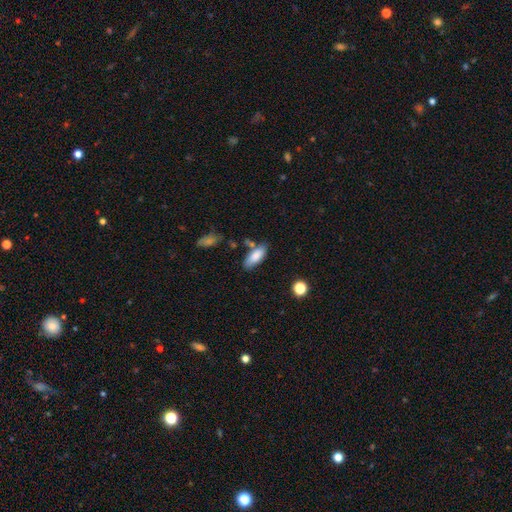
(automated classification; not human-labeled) The model was most divided on "merging": none: 70%, minor disturbance: 17%, merger: 9%, major disturbance: 4%. More confident: smooth or featured — smooth (83%); how rounded — in between (76%).